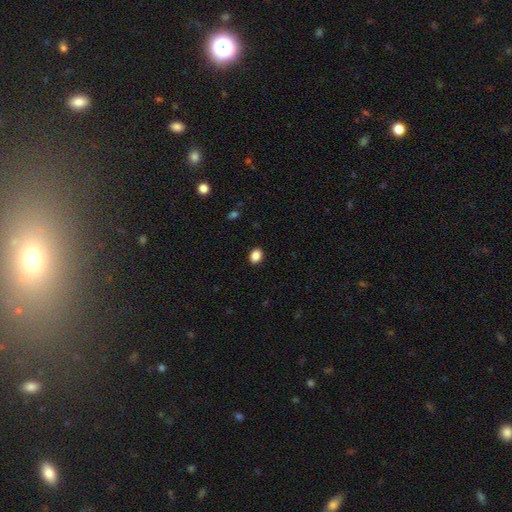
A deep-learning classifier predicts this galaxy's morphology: smooth-or-featured: smooth: 88% | star or artifact: 9% | featured or disk: 3%
  how-rounded: in between: 63% | round: 36% | cigar-shaped: 1%
  merging: none: 91% | minor disturbance: 7% | major disturbance: 2% | merger: 1%